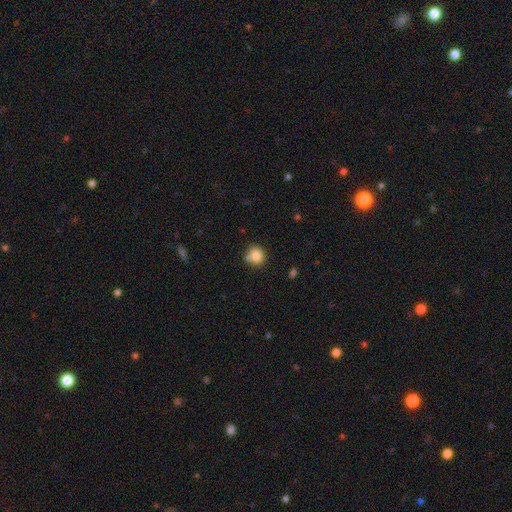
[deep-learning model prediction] Smooth or featured? smooth (84%)
How rounded? round (83%)
Merging? none (66%)